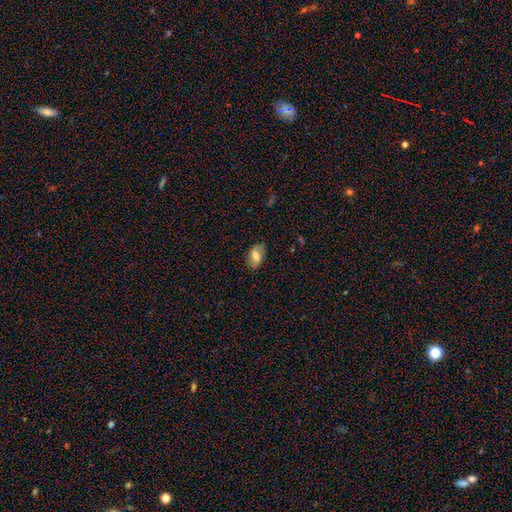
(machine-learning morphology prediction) Smooth or featured?
  - smooth: 65% *
  - featured or disk: 27%
  - star or artifact: 8%
How rounded?
  - in between: 89% *
  - round: 9%
  - cigar-shaped: 2%
Merging?
  - none: 78% *
  - minor disturbance: 17%
  - major disturbance: 4%
  - merger: 1%